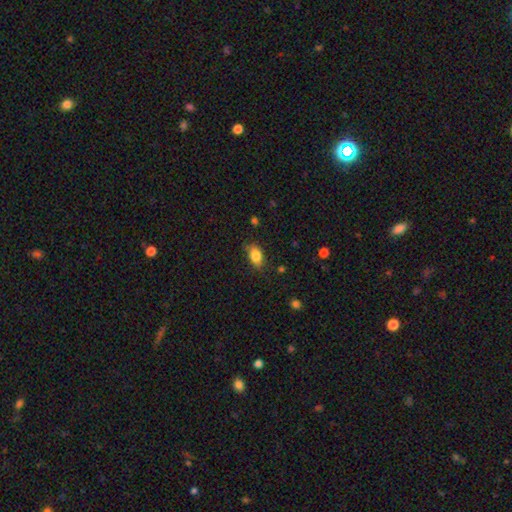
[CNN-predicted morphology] The model was most divided on "merging": none: 77%, minor disturbance: 18%, major disturbance: 4%, merger: 2%. More confident: how rounded — in between (87%); smooth or featured — smooth (84%).